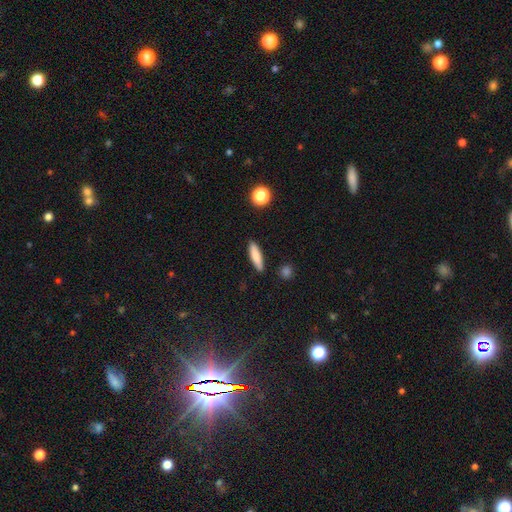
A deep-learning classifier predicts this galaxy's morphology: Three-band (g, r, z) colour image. It shows a smooth galaxy with no disk features (80%) that is cigar-shaped (71%). Merging: none (88%).